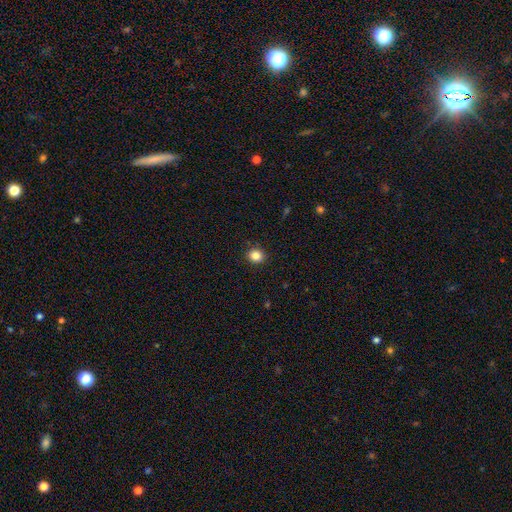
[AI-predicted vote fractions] Smooth or featured? Predicted: smooth (p=0.85). How rounded? Predicted: round (p=0.76). Merging? Predicted: none (p=0.90).